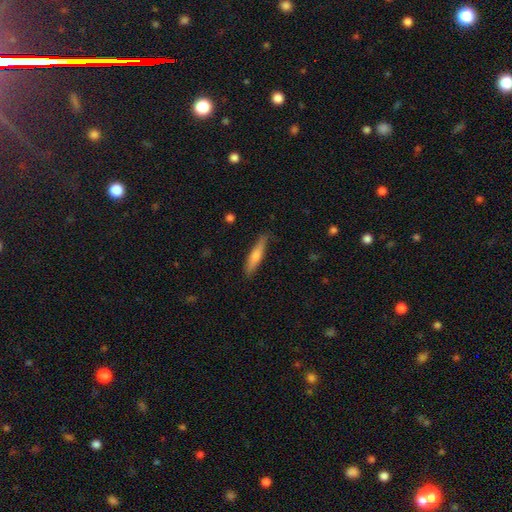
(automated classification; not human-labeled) A smooth galaxy with no disk features (63%) that is cigar-shaped (86%).

Vote fractions:
- Smooth or featured? smooth: 63% / featured or disk: 31% / star or artifact: 6%
- How rounded? cigar-shaped: 86% / in between: 12% / round: 2%
- Merging? none: 84% / minor disturbance: 12% / major disturbance: 2% / merger: 1%